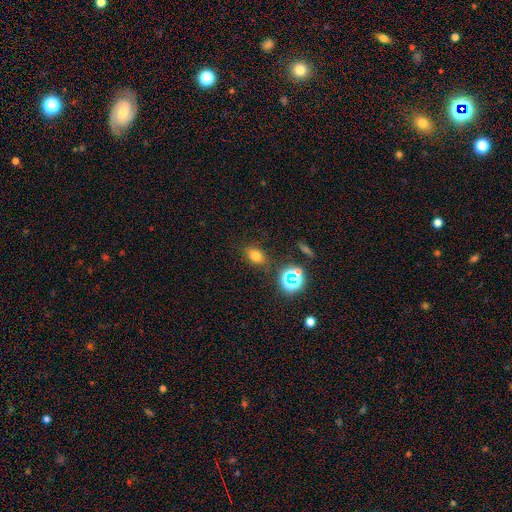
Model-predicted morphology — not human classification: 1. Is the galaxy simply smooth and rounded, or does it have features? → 69% smooth, 22% star or artifact, 9% featured or disk.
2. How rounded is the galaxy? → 70% in between, 28% round, 2% cigar-shaped.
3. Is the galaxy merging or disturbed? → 81% none, 12% minor disturbance, 4% major disturbance, 3% merger.